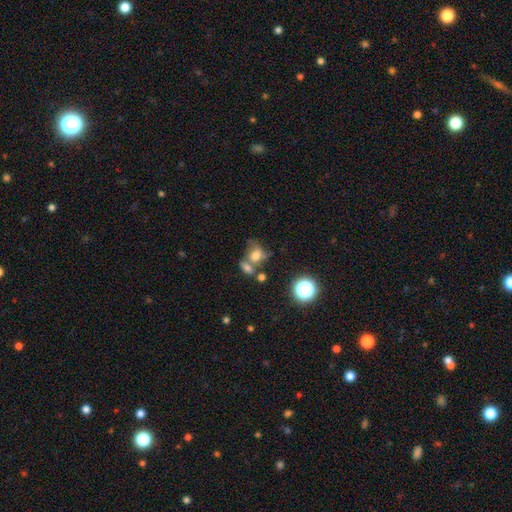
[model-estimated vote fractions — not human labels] smooth_or_featured: smooth (p=0.60) [alt: featured or disk p=0.23]
how_rounded: in between (p=0.51) [alt: round p=0.47]
merging: merger (p=0.43) [alt: none p=0.29]